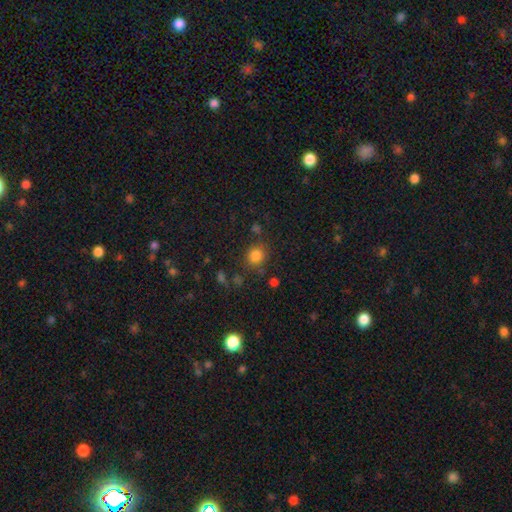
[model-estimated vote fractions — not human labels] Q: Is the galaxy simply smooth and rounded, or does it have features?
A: smooth — 82%.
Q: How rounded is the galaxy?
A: round — 82%.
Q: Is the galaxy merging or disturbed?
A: none — 79%.